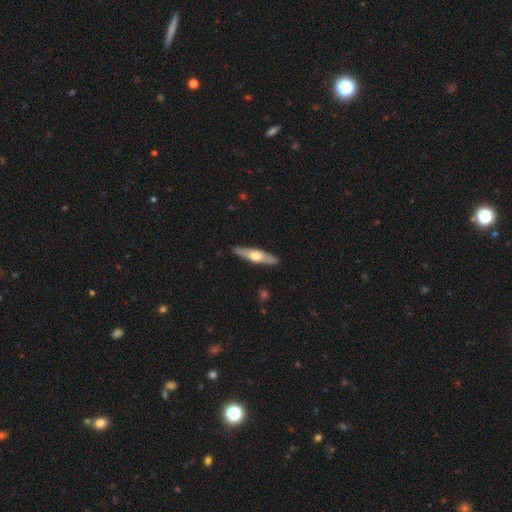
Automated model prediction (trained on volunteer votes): smooth_or_featured: featured or disk (p=0.52) [alt: smooth p=0.43]
disk_edge_on: yes (p=0.91) [alt: no p=0.09]
merging: none (p=0.90) [alt: minor disturbance p=0.08]